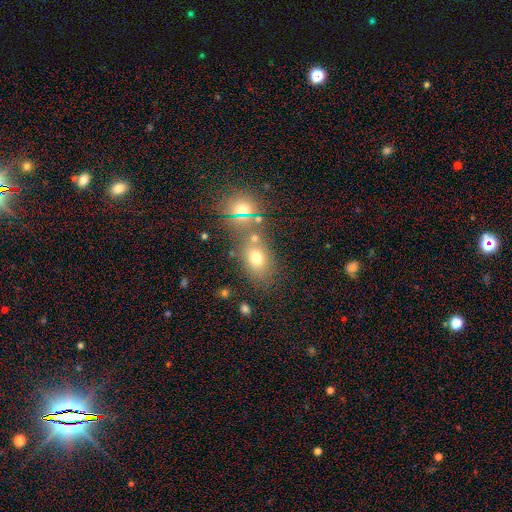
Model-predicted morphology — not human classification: This appears to be a smooth galaxy with no disk features (47%). Merging: merger (50%).